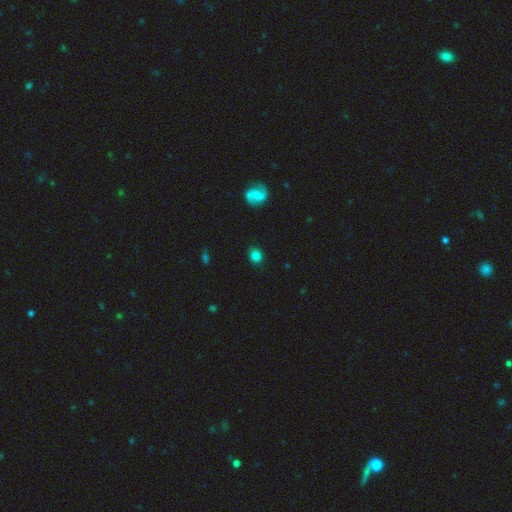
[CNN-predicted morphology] smooth-or-featured: smooth: 76% | featured or disk: 13% | star or artifact: 11%
  how-rounded: round: 70% | in between: 29% | cigar-shaped: 1%
  merging: none: 86% | minor disturbance: 10% | major disturbance: 3% | merger: 2%